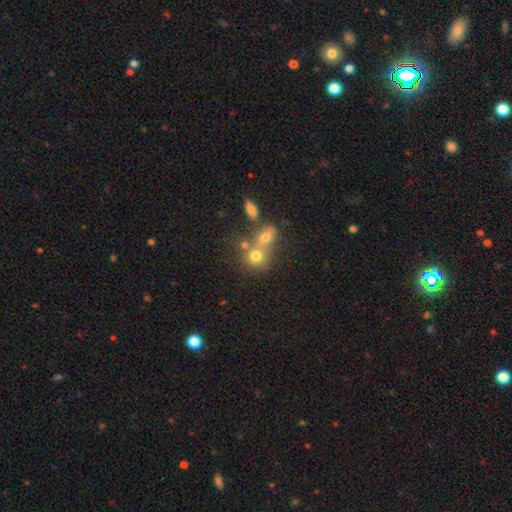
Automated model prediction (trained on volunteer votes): Q: Smooth or featured?
A: smooth (70%); runner-up: featured or disk (16%)
Q: How rounded?
A: round (72%); runner-up: in between (26%)
Q: Merging?
A: merger (53%); runner-up: none (34%)